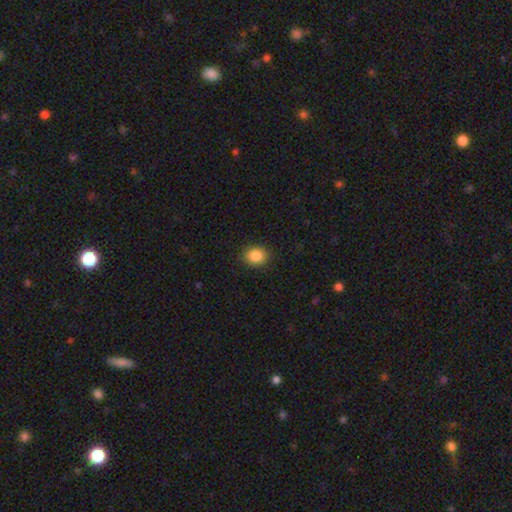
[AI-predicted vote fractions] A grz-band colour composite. It shows a smooth galaxy with no disk features (86%) that is round (64%). Merging: none (89%).